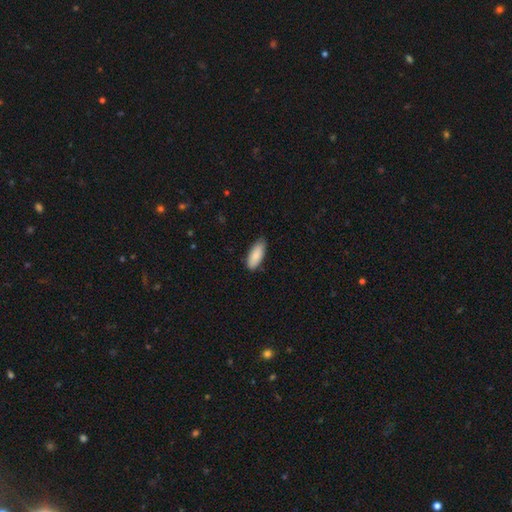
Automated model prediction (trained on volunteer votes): Overall: smooth (87%). How rounded: in between (80%). Merging: none (82%).